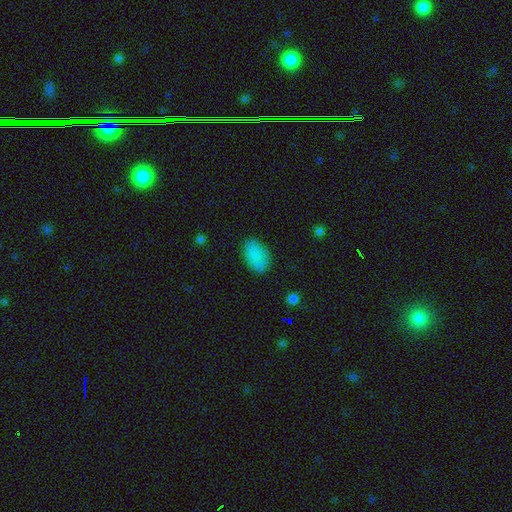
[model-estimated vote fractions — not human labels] Smooth or featured: smooth — 86% (star or artifact — 9%)
How rounded: in between — 92% (round — 7%)
Merging: none — 83% (minor disturbance — 12%)